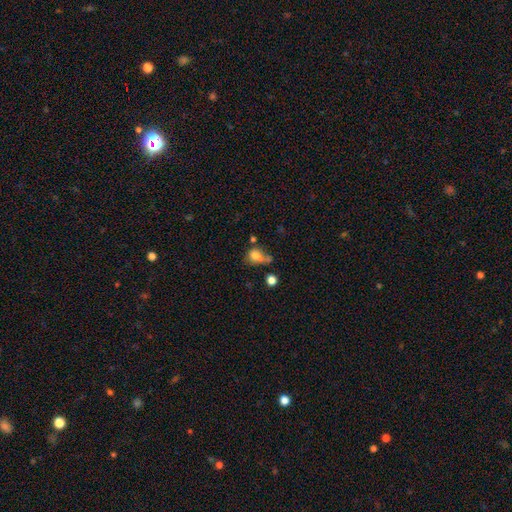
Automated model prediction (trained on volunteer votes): A smooth galaxy with no disk features (74%) that is round (57%).

Vote fractions:
- Smooth or featured? smooth: 74% / featured or disk: 13% / star or artifact: 12%
- How rounded? round: 57% / in between: 42% / cigar-shaped: 2%
- Merging? none: 32% / merger: 29% / minor disturbance: 21% / major disturbance: 19%